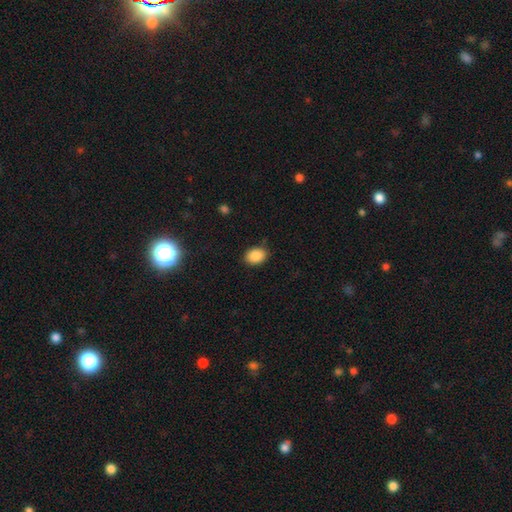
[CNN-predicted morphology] Smooth or featured?
  - smooth: 88% *
  - star or artifact: 9%
  - featured or disk: 4%
How rounded?
  - in between: 65% *
  - round: 34%
  - cigar-shaped: 1%
Merging?
  - none: 84% *
  - minor disturbance: 12%
  - major disturbance: 3%
  - merger: 1%